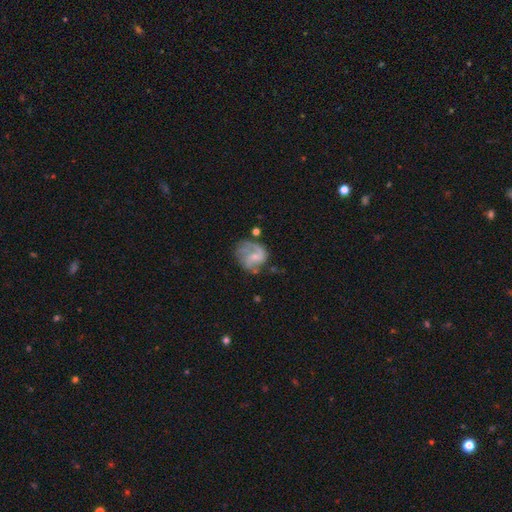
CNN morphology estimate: Smooth or featured? featured or disk (71%)
Edge-on disk? no (98%)
Bar? no (54%)
Spiral arms? yes (87%)
Spiral winding? medium (45%)
Spiral arm count? 2 (55%)
Bulge size? small (58%)
Merging? none (49%)